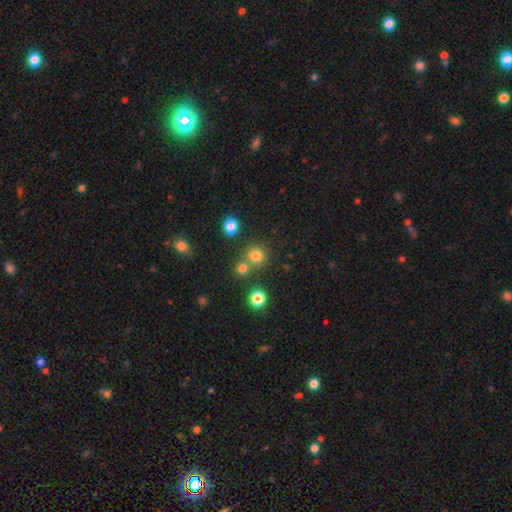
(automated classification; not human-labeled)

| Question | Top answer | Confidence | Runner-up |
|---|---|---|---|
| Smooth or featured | smooth | 77% | star or artifact (17%) |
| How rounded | round | 92% | in between (7%) |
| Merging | none | 71% | merger (19%) |